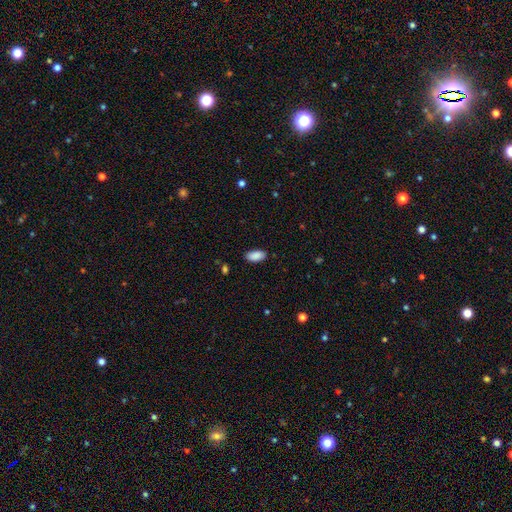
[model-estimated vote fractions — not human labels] Morphology: type=smooth (90%); roundness=in between (92%); merging=none (87%).